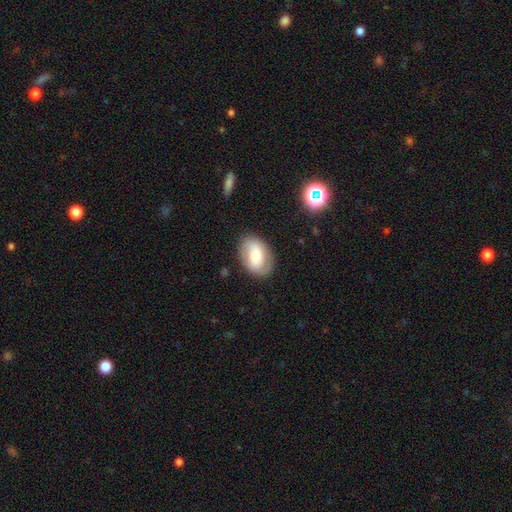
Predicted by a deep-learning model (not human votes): Morphology: type=smooth (55%); roundness=in between (81%); merging=none (79%).